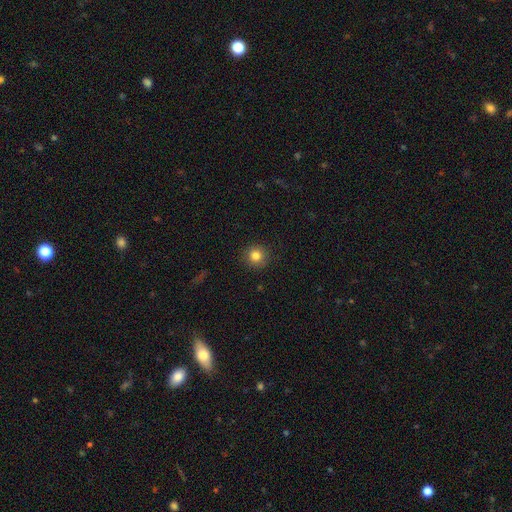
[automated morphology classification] Smooth or featured? Predicted: smooth (p=0.83). How rounded? Predicted: round (p=0.93). Merging? Predicted: none (p=0.91).